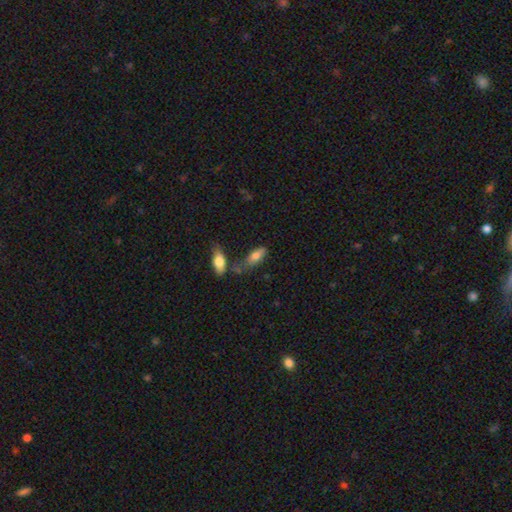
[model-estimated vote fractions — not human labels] Smooth or featured? Predicted: smooth (p=0.76). How rounded? Predicted: in between (p=0.75). Merging? Predicted: none (p=0.50).